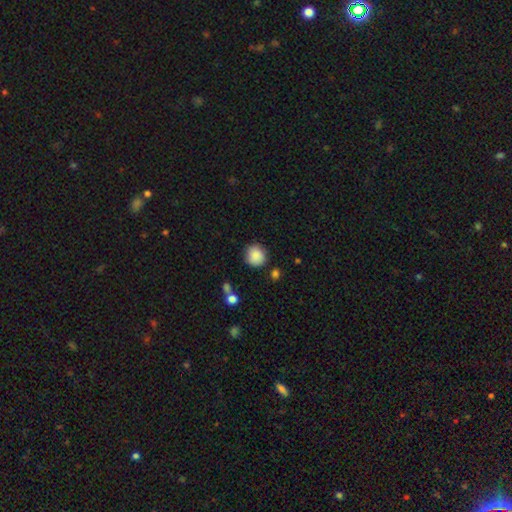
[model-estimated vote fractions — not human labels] Smooth or featured? Predicted: smooth (p=0.87). How rounded? Predicted: round (p=0.92). Merging? Predicted: none (p=0.84).